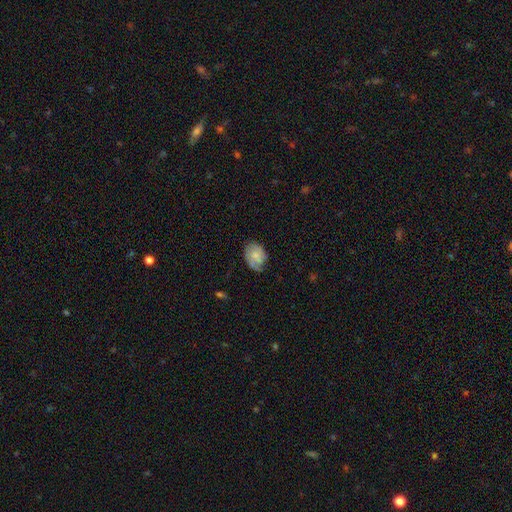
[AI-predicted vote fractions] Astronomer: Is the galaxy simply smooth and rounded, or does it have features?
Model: smooth — 57% (runner-up: featured or disk, 36%).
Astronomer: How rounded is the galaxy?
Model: in between — 68%.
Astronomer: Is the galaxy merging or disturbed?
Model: none — 60%.